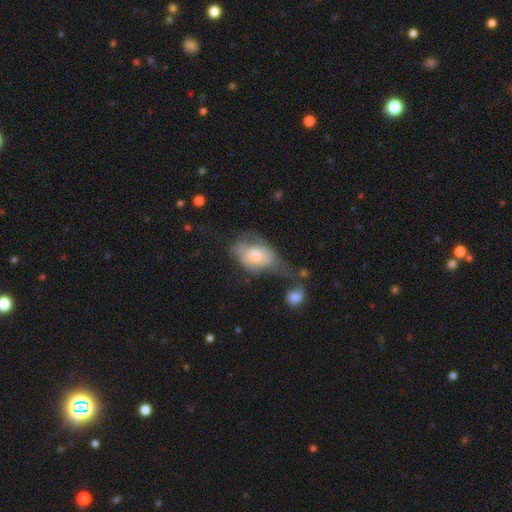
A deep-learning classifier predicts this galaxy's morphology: smooth-or-featured: smooth: 60% | featured or disk: 33% | star or artifact: 7%
  how-rounded: in between: 86% | round: 12% | cigar-shaped: 2%
  merging: major disturbance: 40% | minor disturbance: 22% | merger: 20% | none: 18%